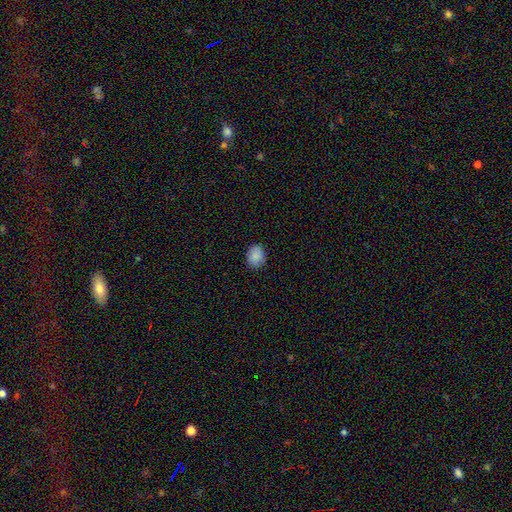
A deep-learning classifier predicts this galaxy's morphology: Smooth or featured: smooth — 88% (star or artifact — 8%)
How rounded: round — 51% (in between — 48%)
Merging: none — 88% (minor disturbance — 9%)